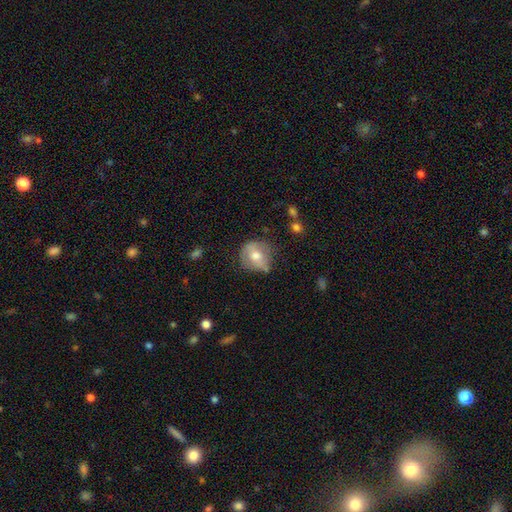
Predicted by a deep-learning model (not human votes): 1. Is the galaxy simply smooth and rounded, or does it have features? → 60% smooth, 31% featured or disk, 9% star or artifact.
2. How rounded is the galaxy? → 82% round, 17% in between, 1% cigar-shaped.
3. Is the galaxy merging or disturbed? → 66% none, 23% minor disturbance, 7% major disturbance, 4% merger.